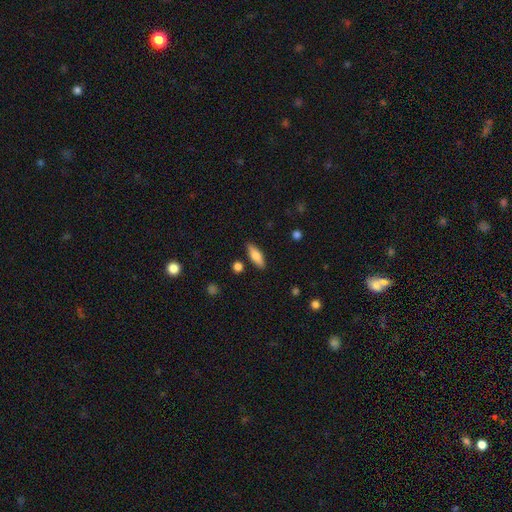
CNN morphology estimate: Smooth or featured? smooth (74%)
How rounded? in between (59%)
Merging? none (85%)